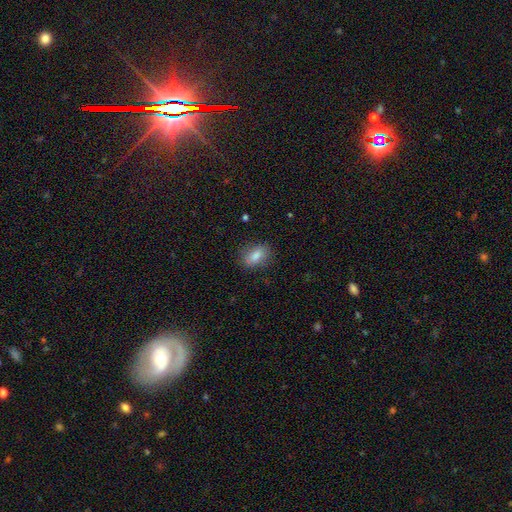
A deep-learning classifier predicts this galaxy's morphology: Smooth or featured: smooth — 83% (featured or disk — 8%)
How rounded: in between — 84% (round — 13%)
Merging: none — 80% (minor disturbance — 15%)